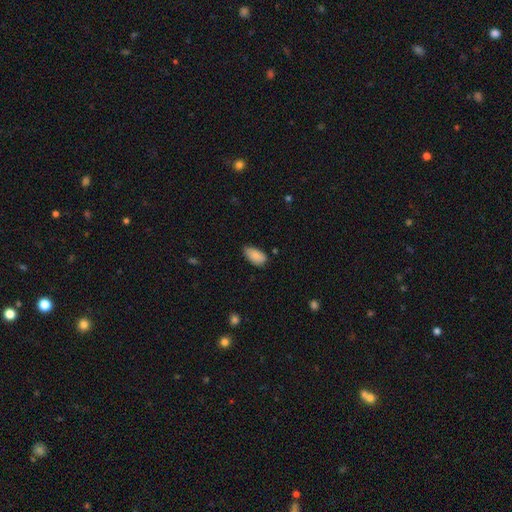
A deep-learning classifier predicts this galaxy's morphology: smooth-or-featured: smooth: 88% | star or artifact: 7% | featured or disk: 5%
  how-rounded: in between: 94% | round: 3% | cigar-shaped: 3%
  merging: none: 68% | minor disturbance: 26% | major disturbance: 4% | merger: 2%